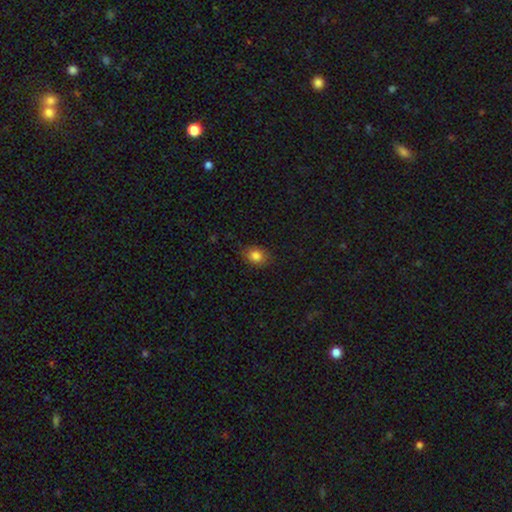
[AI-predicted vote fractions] smooth_or_featured: smooth (p=0.84) [alt: star or artifact p=0.10]
how_rounded: in between (p=0.54) [alt: round p=0.45]
merging: none (p=0.82) [alt: minor disturbance p=0.13]